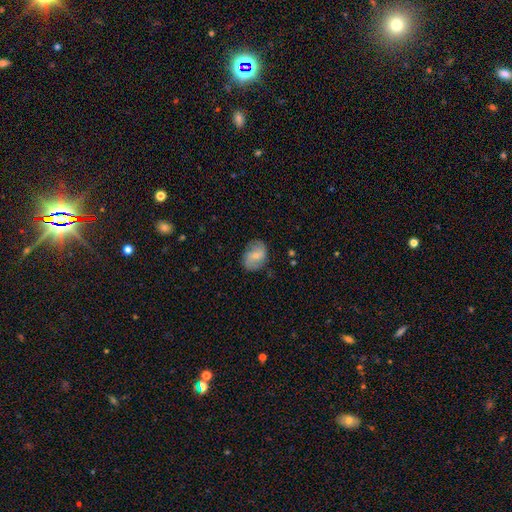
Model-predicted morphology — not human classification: Smooth or featured?
  - smooth: 53% *
  - featured or disk: 39%
  - star or artifact: 8%
How rounded?
  - in between: 64% *
  - round: 34%
  - cigar-shaped: 1%
Merging?
  - none: 73% *
  - minor disturbance: 20%
  - major disturbance: 6%
  - merger: 1%